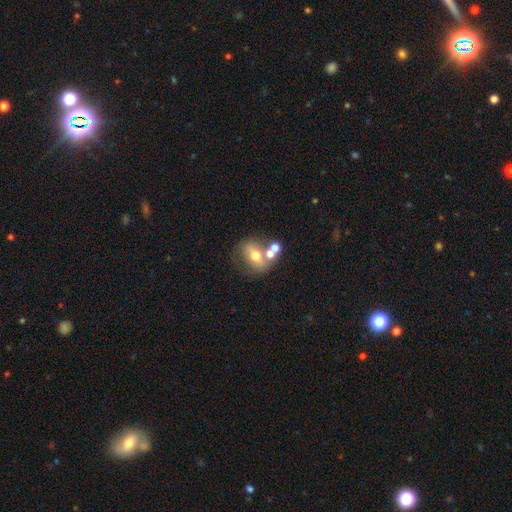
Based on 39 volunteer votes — A smooth galaxy with no disk features (72%) that is round (50%, tied with in between).

Vote fractions:
- Smooth or featured? smooth: 72% / featured or disk: 23% / star or artifact: 5%
- How rounded? round: 50% (tied) / in between: 50% (tied) / cigar-shaped: 0%
- Merging? none: 46% / merger: 38% / minor disturbance: 8% / major disturbance: 8%